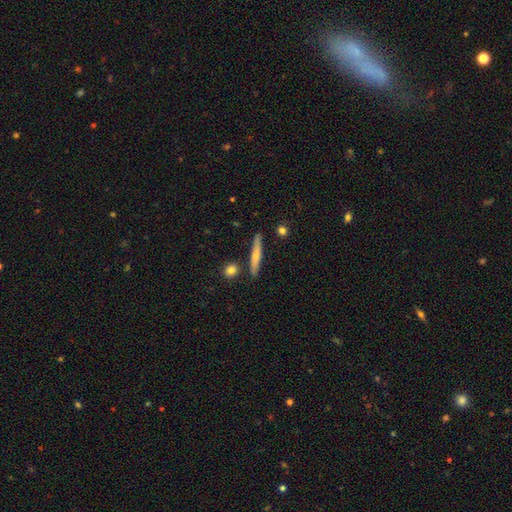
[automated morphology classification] Smooth or featured: smooth — 60% (featured or disk — 34%)
How rounded: cigar-shaped — 93% (in between — 5%)
Merging: none — 86% (minor disturbance — 9%)